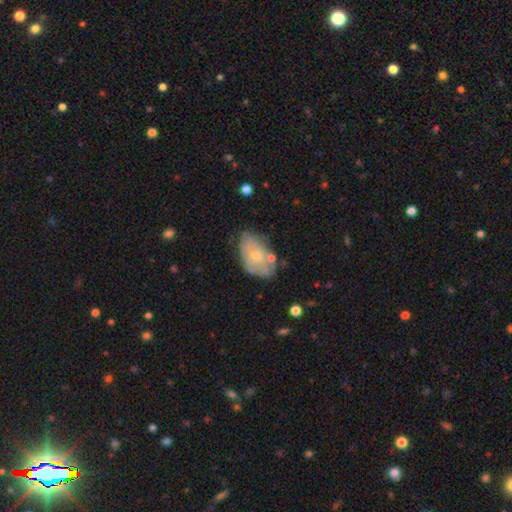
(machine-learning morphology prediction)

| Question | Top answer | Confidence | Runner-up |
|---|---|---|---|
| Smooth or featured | featured or disk | 47% | smooth (46%) |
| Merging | none | 55% | minor disturbance (28%) |